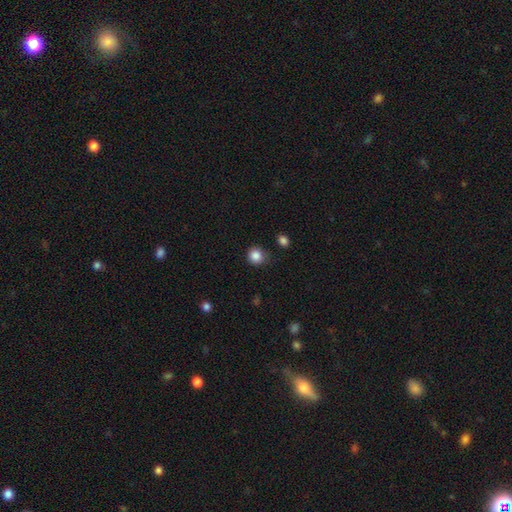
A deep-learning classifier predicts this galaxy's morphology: Smooth or featured? Predicted: smooth (p=0.86). How rounded? Predicted: round (p=0.88). Merging? Predicted: none (p=0.80).